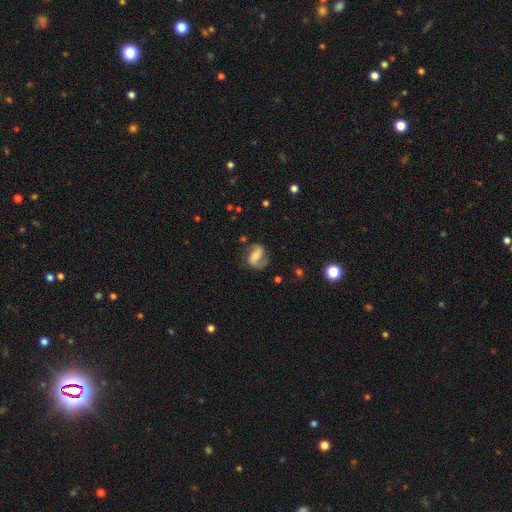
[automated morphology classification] smooth_or_featured: featured or disk (p=0.65) [alt: smooth p=0.26]
disk_edge_on: no (p=0.96) [alt: yes p=0.04]
bar: weak (p=0.37) [tied with: strong p=0.37]
has_spiral_arms: yes (p=0.90) [alt: no p=0.10]
spiral_winding: loose (p=0.47) [alt: medium p=0.38]
spiral_arm_count: 2 (p=0.83) [alt: 1 p=0.09]
bulge_size: small (p=0.35) [alt: moderate p=0.29]
merging: none (p=0.62) [alt: minor disturbance p=0.21]